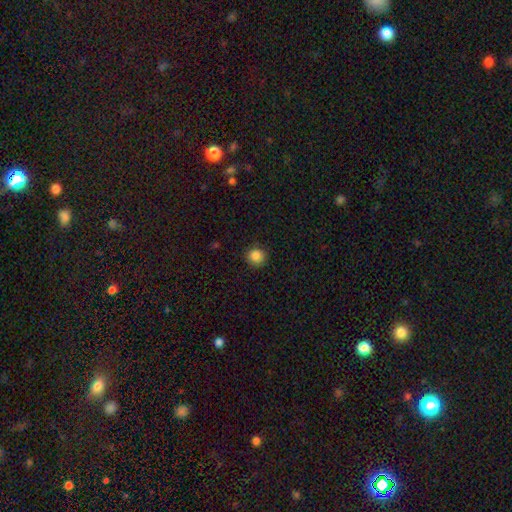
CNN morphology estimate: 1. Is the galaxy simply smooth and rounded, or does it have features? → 86% smooth, 10% star or artifact, 4% featured or disk.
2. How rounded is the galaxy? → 93% round, 6% in between, 1% cigar-shaped.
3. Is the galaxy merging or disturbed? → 90% none, 7% minor disturbance, 2% major disturbance, 1% merger.